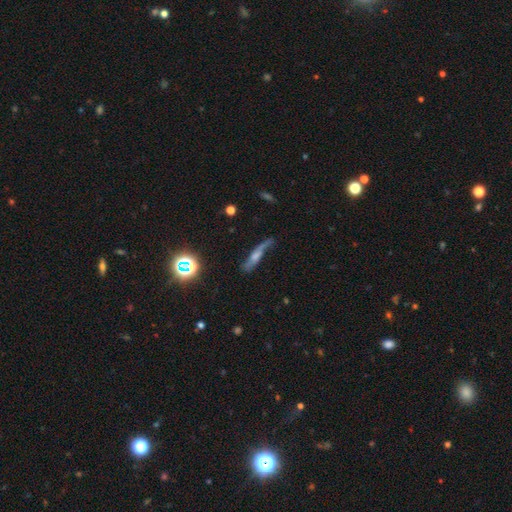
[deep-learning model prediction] The model was most divided on "edge-on disk": yes: 54%, no: 46%. Remaining: smooth or featured — featured or disk (54%); merging — none (46%).